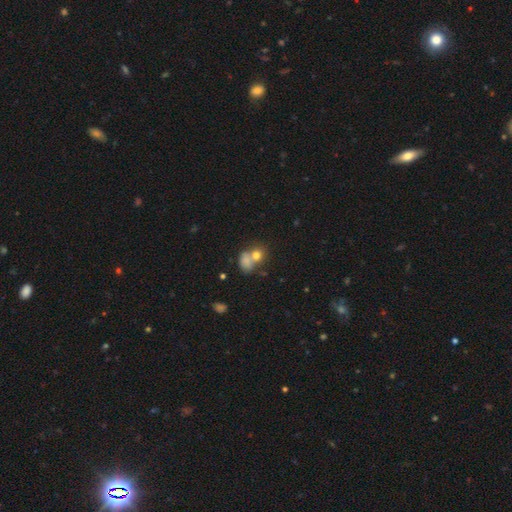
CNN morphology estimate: This is likely a smooth galaxy (75%). How rounded: possibly round (56%). Merging: possibly merger (55%).